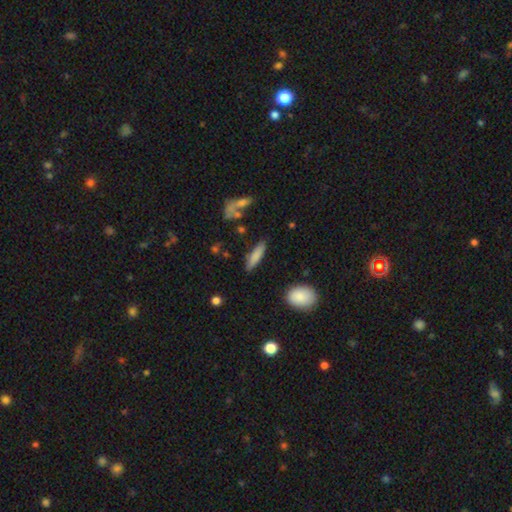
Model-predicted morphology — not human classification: Smooth or featured? Predicted: smooth (p=0.79). How rounded? Predicted: cigar-shaped (p=0.71). Merging? Predicted: none (p=0.83).